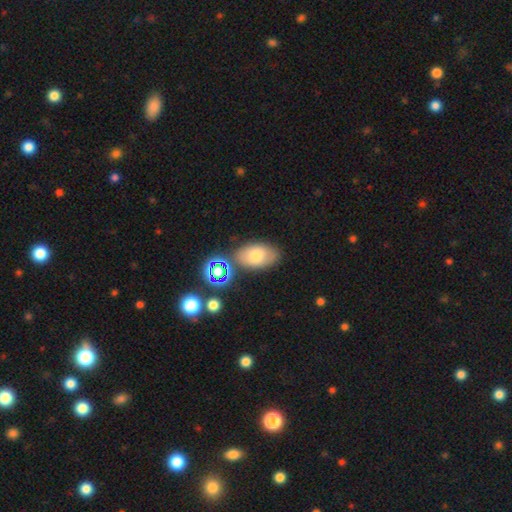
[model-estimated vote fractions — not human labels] This is likely a smooth galaxy (71%). How rounded: clearly in between (90%). Merging: likely none (75%).